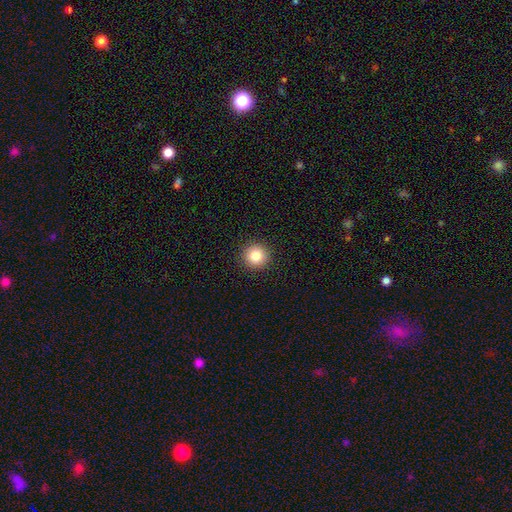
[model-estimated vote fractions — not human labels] Overall: smooth (83%). How rounded: round (95%). Merging: none (93%).